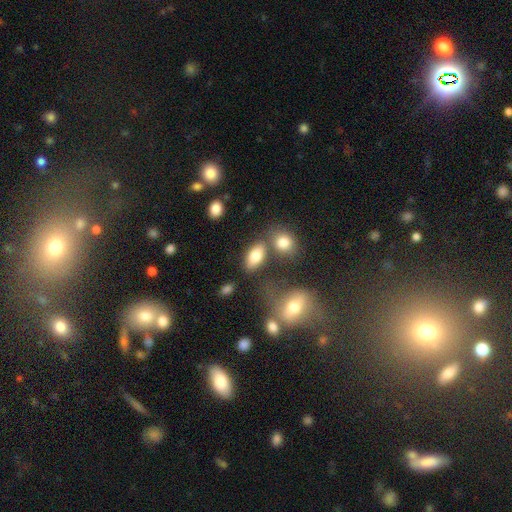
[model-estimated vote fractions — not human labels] Morphology: type=smooth (81%); roundness=in between (89%); merging=none (65%).